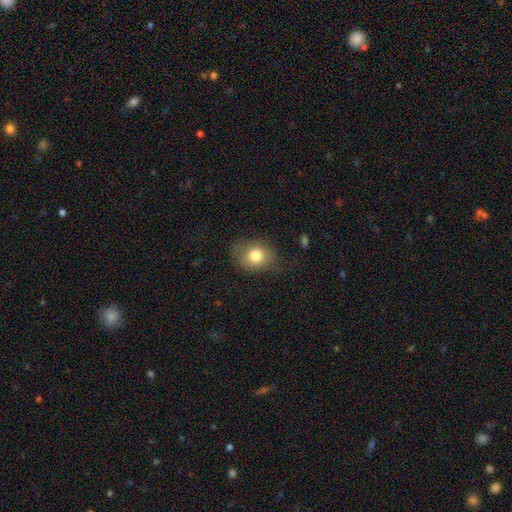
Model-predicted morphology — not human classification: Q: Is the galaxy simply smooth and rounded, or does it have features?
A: smooth — 78%.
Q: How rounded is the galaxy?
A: in between — 50%.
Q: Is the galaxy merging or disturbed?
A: none — 63%.